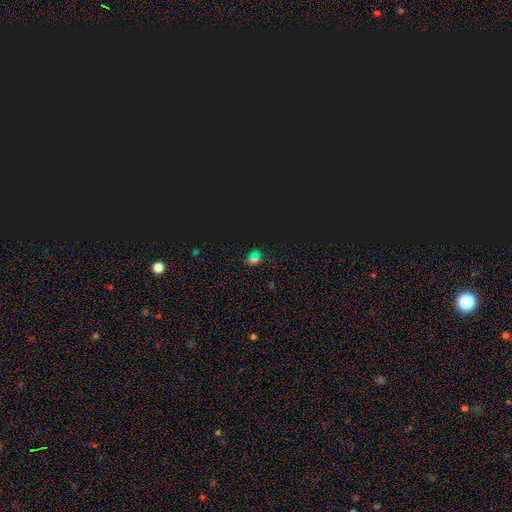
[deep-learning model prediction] smooth_or_featured: star or artifact (p=0.58) [alt: smooth p=0.33]